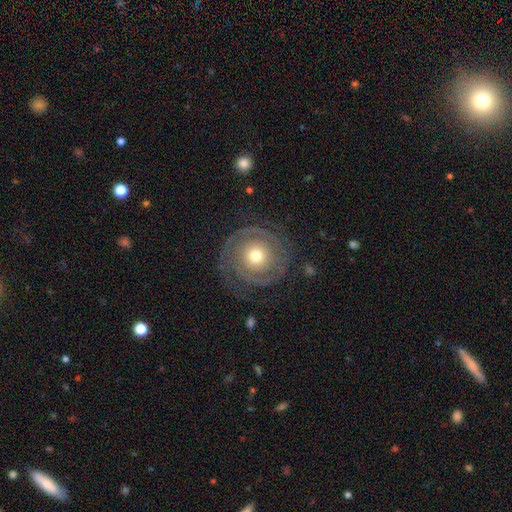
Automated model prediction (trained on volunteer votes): smooth-or-featured: featured or disk: 77% | smooth: 17% | star or artifact: 6%
  disk-edge-on: no: 97% | yes: 3%
    bar: no: 83% | weak: 13% | strong: 4%
    has-spiral-arms: yes: 87% | no: 13%
      spiral-winding: tight: 70% | medium: 22% | loose: 8%
      spiral-arm-count: 2: 58% | can't tell: 18% | 1: 10% | 3: 7% | 4: 3% | more than 4: 3%
    bulge-size: moderate: 65% | small: 25% | large: 7% | dominant: 1% | none: 1%
  merging: none: 77% | minor disturbance: 13% | major disturbance: 9% | merger: 1%